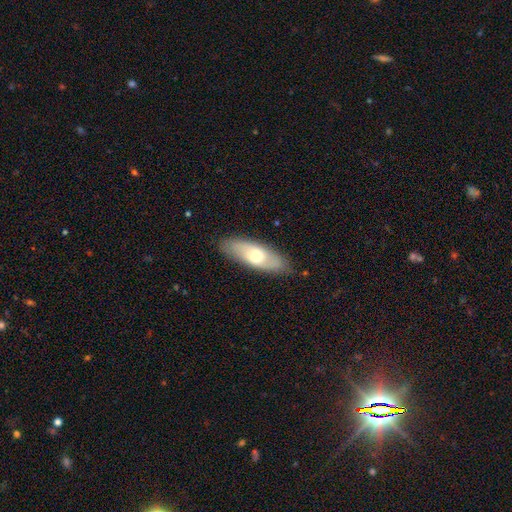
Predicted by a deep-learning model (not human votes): smooth-or-featured: smooth: 59% | featured or disk: 35% | star or artifact: 6%
  how-rounded: in between: 69% | cigar-shaped: 28% | round: 3%
  merging: none: 85% | minor disturbance: 11% | major disturbance: 3% | merger: 1%